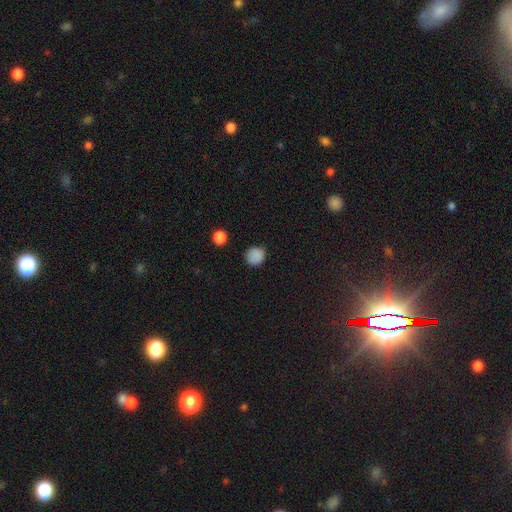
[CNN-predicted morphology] Smooth or featured: smooth — 85% (star or artifact — 11%)
How rounded: round — 89% (in between — 10%)
Merging: none — 86% (minor disturbance — 10%)